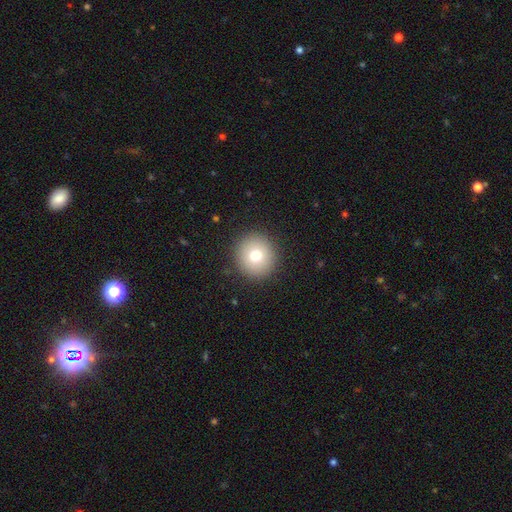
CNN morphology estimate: Q: Smooth or featured?
A: smooth (75%); runner-up: featured or disk (13%)
Q: How rounded?
A: round (94%); runner-up: in between (5%)
Q: Merging?
A: none (91%); runner-up: minor disturbance (5%)